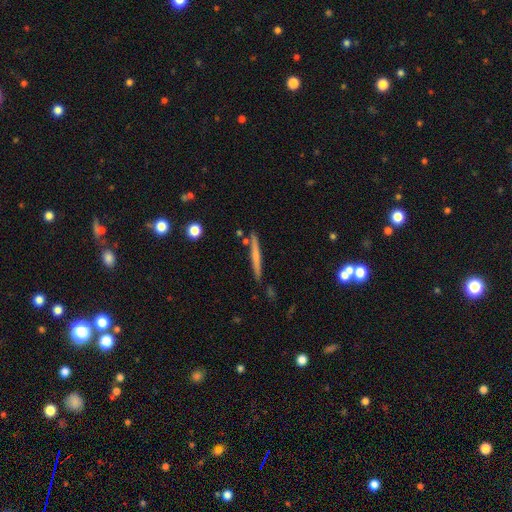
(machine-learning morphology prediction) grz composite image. It shows a smooth galaxy with no disk features (51%) that is cigar-shaped (96%). Merging: none (86%).